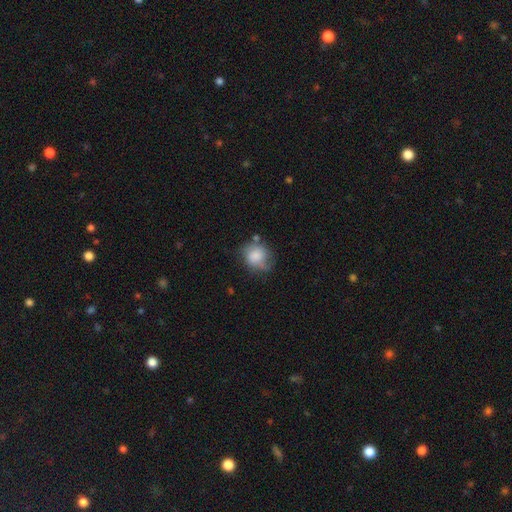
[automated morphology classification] A smooth galaxy with no disk features (71%) that is round (69%).

Vote fractions:
- Smooth or featured? smooth: 71% / featured or disk: 21% / star or artifact: 8%
- How rounded? round: 69% / in between: 30% / cigar-shaped: 1%
- Merging? none: 49% / minor disturbance: 30% / major disturbance: 14% / merger: 7%